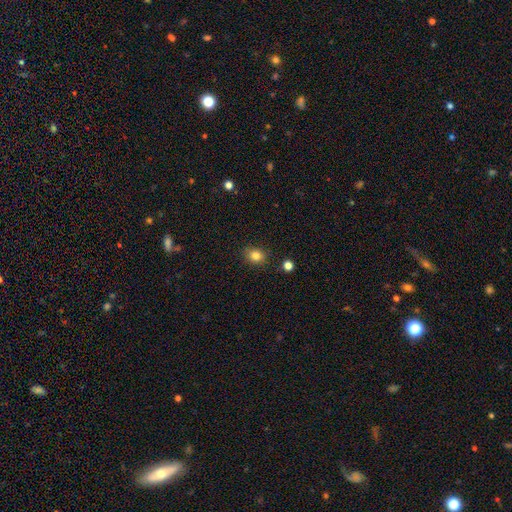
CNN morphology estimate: A smooth galaxy with no disk features (82%) that is round (59%).

Vote fractions:
- Smooth or featured? smooth: 82% / star or artifact: 12% / featured or disk: 6%
- How rounded? round: 59% / in between: 40% / cigar-shaped: 1%
- Merging? none: 85% / minor disturbance: 10% / major disturbance: 2% / merger: 2%